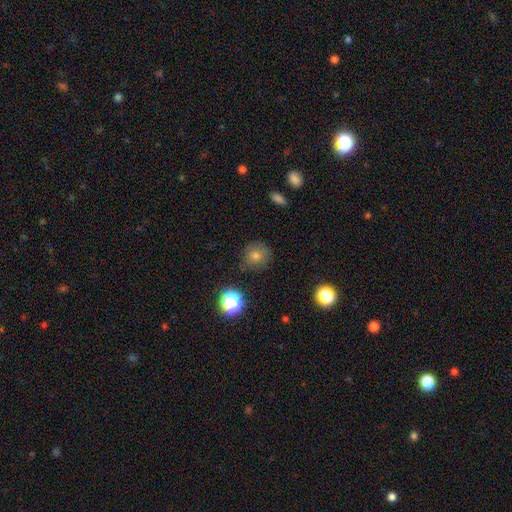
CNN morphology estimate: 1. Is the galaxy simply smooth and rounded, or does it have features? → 71% smooth, 18% star or artifact, 11% featured or disk.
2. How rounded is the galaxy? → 85% round, 14% in between, 1% cigar-shaped.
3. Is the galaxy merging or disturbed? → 81% none, 14% minor disturbance, 4% major disturbance, 2% merger.